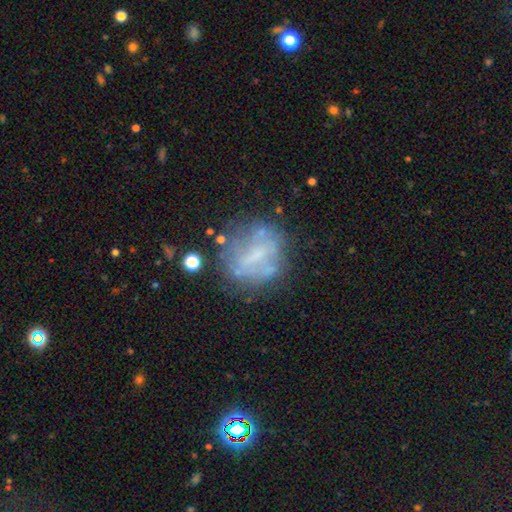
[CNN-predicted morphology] This is possibly a featured or disk galaxy (54%). It is clearly not viewed edge-on (96%). Bar: possibly no (56%). Spiral arm pattern: clearly no (83%). Central bulge: possibly none (56%). Merging: possibly none (54%).